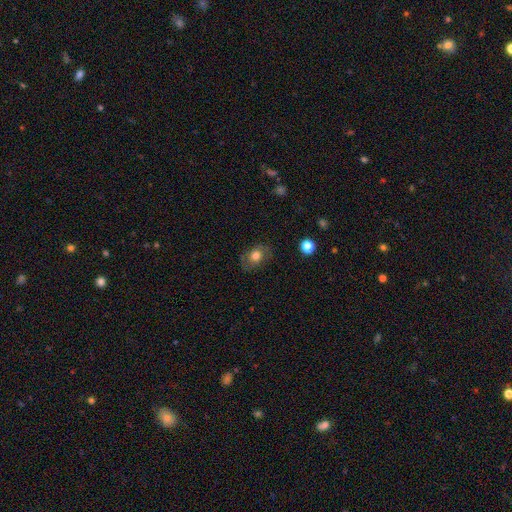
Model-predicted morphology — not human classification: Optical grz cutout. It shows a smooth galaxy with no disk features (68%) that is in between round and cigar-shaped (67%). Merging: none (78%).